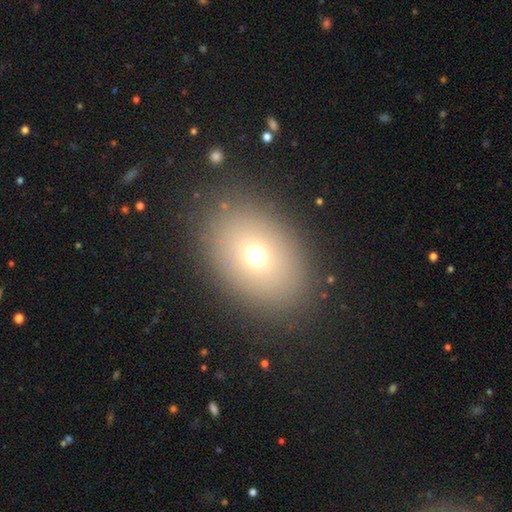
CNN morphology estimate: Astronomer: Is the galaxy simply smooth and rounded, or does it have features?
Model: smooth — 68%.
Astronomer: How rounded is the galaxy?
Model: in between — 70%.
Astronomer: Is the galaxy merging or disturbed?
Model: none — 87%.